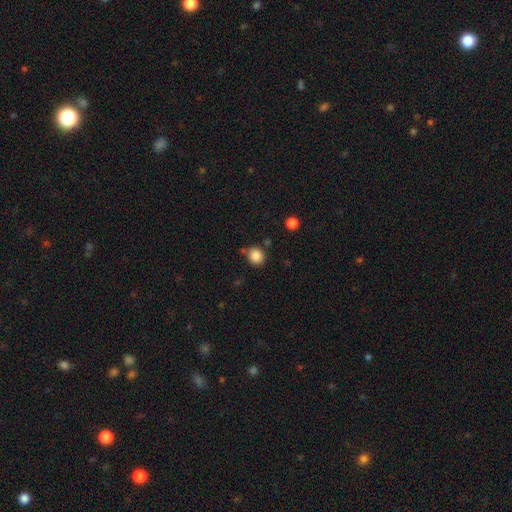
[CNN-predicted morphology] This appears to be a smooth galaxy with no disk features (85%) that is round (82%). Merging: none (76%).